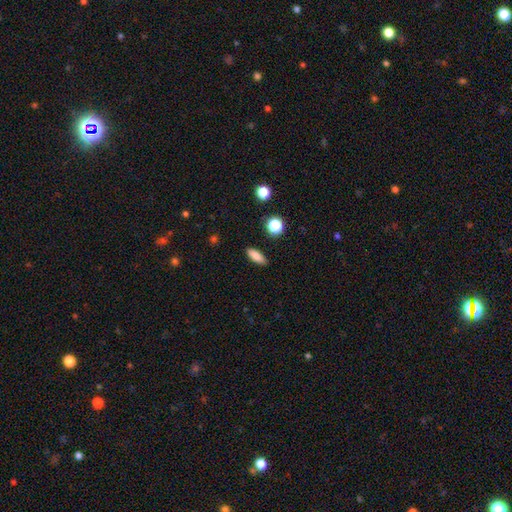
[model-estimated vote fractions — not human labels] Smooth or featured? smooth (83%)
How rounded? in between (63%)
Merging? none (88%)